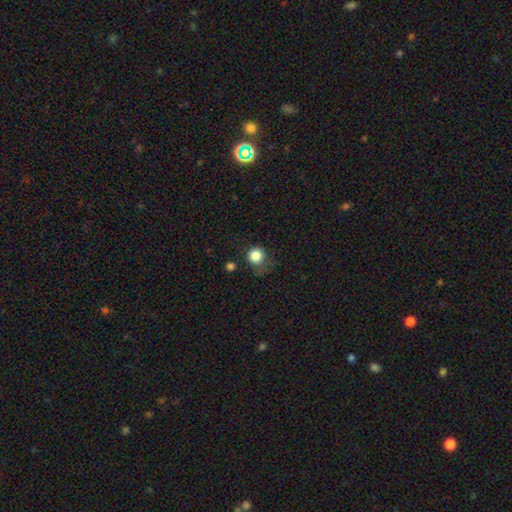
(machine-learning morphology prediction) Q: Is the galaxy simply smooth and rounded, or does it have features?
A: smooth — 84%.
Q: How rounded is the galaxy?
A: round — 92%.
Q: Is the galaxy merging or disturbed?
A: none — 66%.